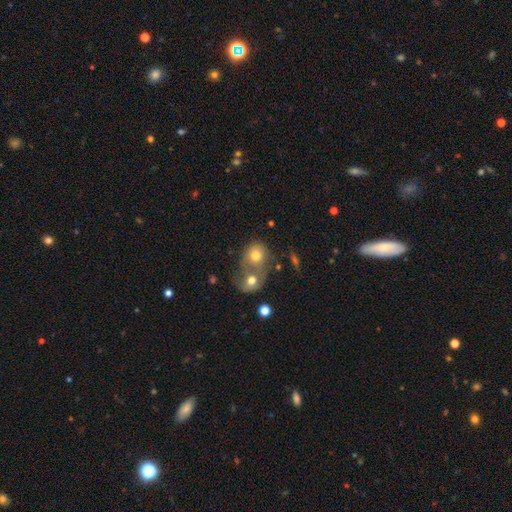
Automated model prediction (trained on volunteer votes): A smooth galaxy with no disk features (72%) that is round (67%).

Vote fractions:
- Smooth or featured? smooth: 72% / featured or disk: 18% / star or artifact: 10%
- How rounded? round: 67% / in between: 32% / cigar-shaped: 1%
- Merging? merger: 67% / none: 21% / minor disturbance: 7% / major disturbance: 5%